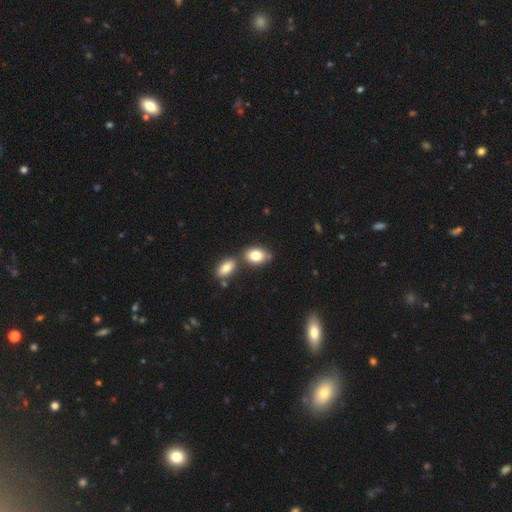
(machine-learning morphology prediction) Smooth or featured: smooth — 82% (featured or disk — 10%)
How rounded: in between — 81% (round — 17%)
Merging: none — 53% (merger — 31%)